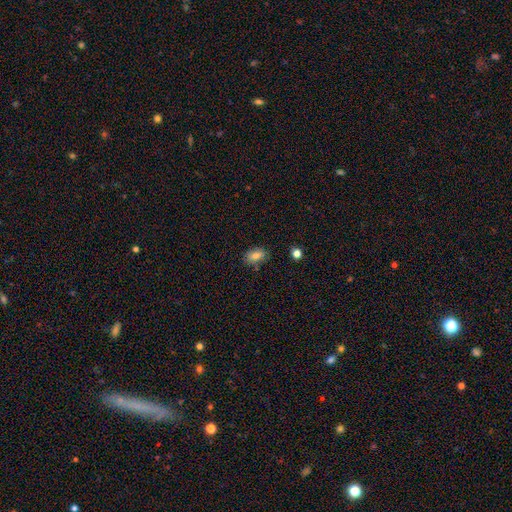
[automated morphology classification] Smooth or featured? smooth (77%)
How rounded? in between (86%)
Merging? none (79%)